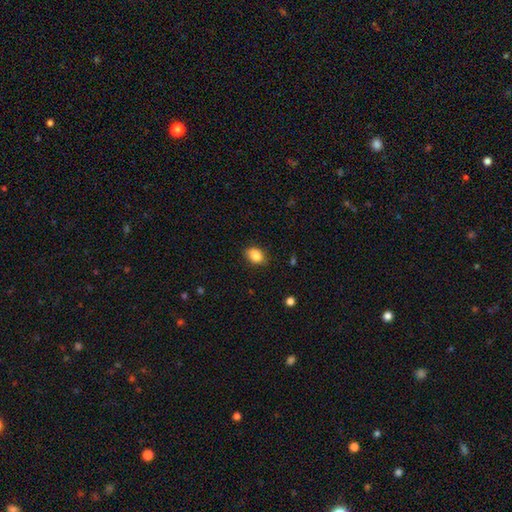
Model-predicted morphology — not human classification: Overall: smooth (84%). How rounded: in between (65%; round 33%). Merging: none (81%).